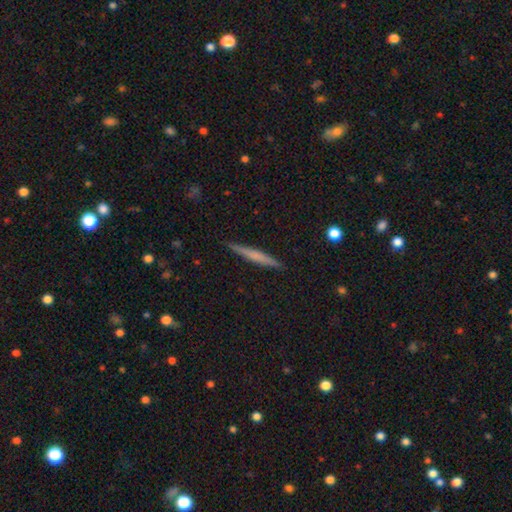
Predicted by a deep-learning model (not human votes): A smooth galaxy with no disk features (50%) that is cigar-shaped (95%). Merging: none (91%).